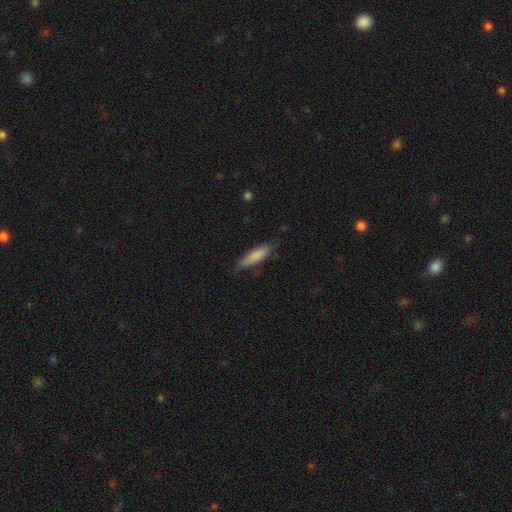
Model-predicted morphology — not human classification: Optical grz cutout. It shows a smooth galaxy with no disk features (82%) that is cigar-shaped (65%). Merging: none (77%).